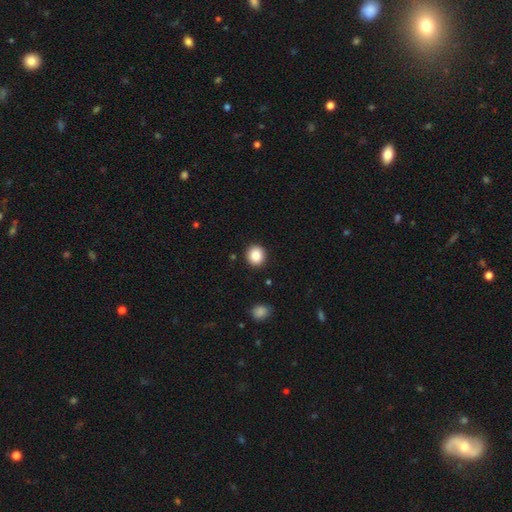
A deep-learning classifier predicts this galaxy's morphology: A smooth galaxy with no disk features (86%) that is round (88%). Merging: none (91%).